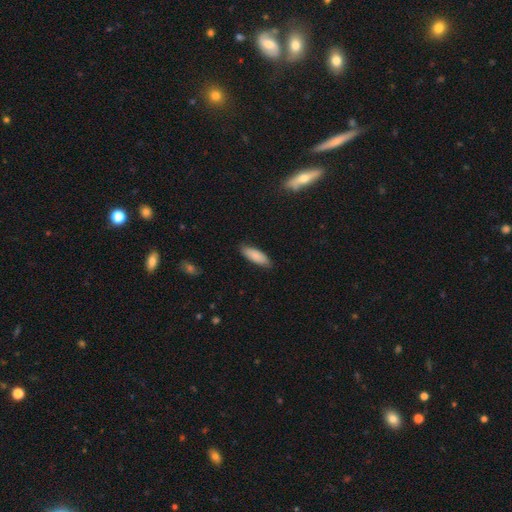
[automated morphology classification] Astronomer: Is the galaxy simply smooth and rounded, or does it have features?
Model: smooth — 87%.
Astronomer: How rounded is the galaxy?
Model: in between — 62%.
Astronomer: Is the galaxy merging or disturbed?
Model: none — 85%.